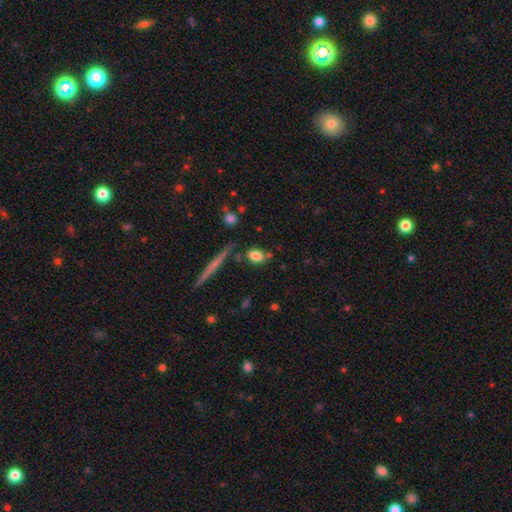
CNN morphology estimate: This appears to be a smooth galaxy with no disk features (81%) that is in between round and cigar-shaped (76%). Merging: none (74%).